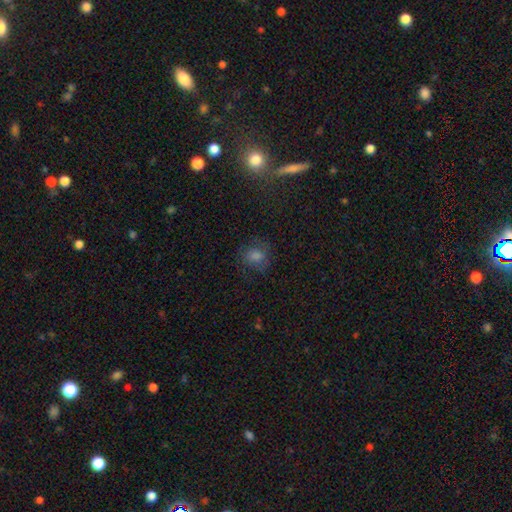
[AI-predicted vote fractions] Smooth or featured?
  - smooth: 62% *
  - star or artifact: 21%
  - featured or disk: 17%
How rounded?
  - round: 74% *
  - in between: 24%
  - cigar-shaped: 2%
Merging?
  - none: 76% *
  - minor disturbance: 15%
  - major disturbance: 7%
  - merger: 2%